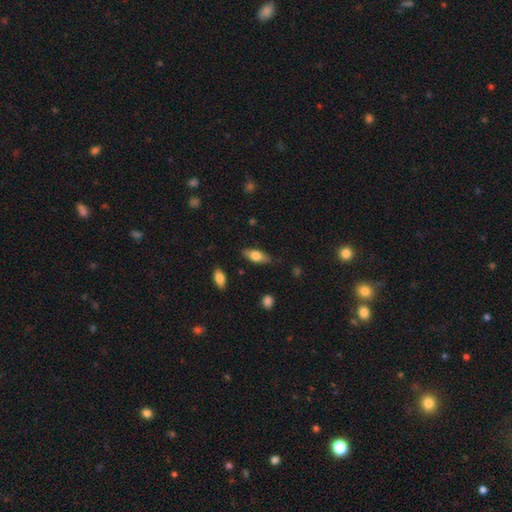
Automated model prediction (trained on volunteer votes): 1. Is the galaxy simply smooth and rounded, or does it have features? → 66% smooth, 27% featured or disk, 6% star or artifact.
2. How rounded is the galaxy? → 75% in between, 22% cigar-shaped, 3% round.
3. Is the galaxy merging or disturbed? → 82% none, 14% minor disturbance, 3% major disturbance, 2% merger.